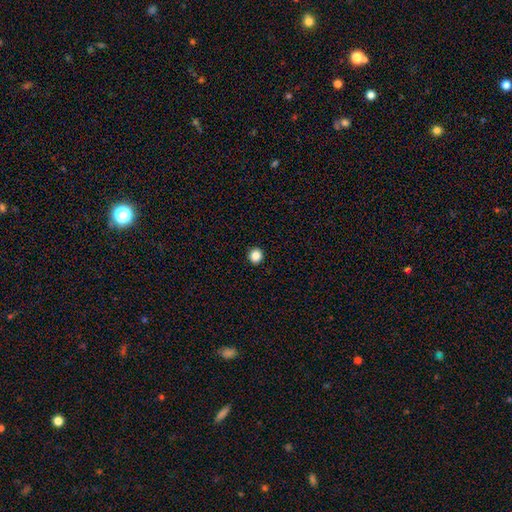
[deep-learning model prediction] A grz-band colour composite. It shows a smooth galaxy with no disk features (86%) that is round (91%). Merging: none (94%).